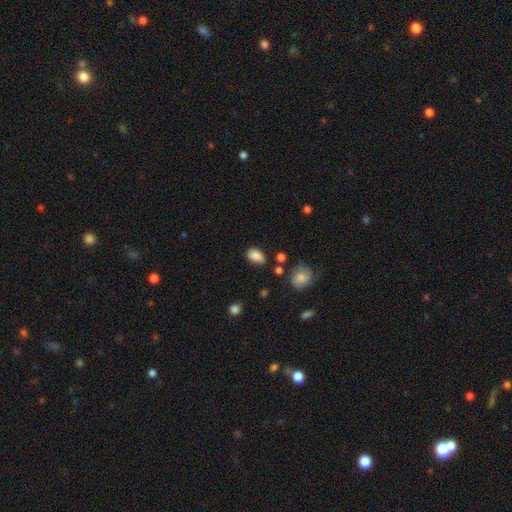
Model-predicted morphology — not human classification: A smooth galaxy with no disk features (86%) that is in between round and cigar-shaped (84%). Merging: none (71%).